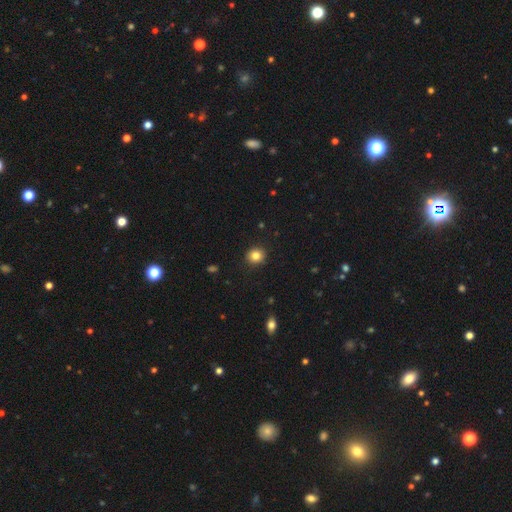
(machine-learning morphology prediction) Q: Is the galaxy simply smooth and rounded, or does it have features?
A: smooth — 83%.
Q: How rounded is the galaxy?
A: round — 83%.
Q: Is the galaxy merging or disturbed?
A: none — 91%.